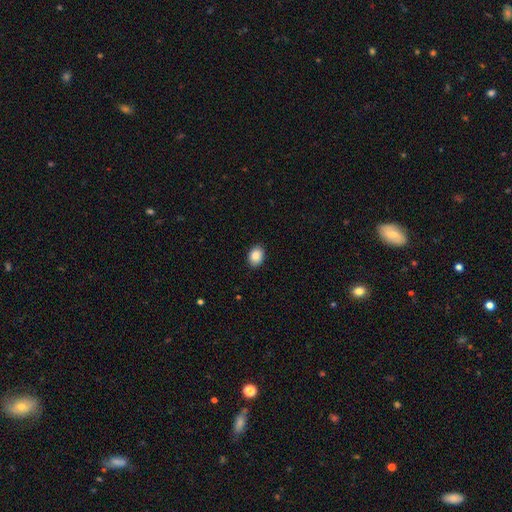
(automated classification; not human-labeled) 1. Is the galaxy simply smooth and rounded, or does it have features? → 88% smooth, 8% star or artifact, 4% featured or disk.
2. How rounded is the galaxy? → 66% in between, 33% round, 1% cigar-shaped.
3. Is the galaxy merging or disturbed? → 89% none, 8% minor disturbance, 2% major disturbance, 1% merger.